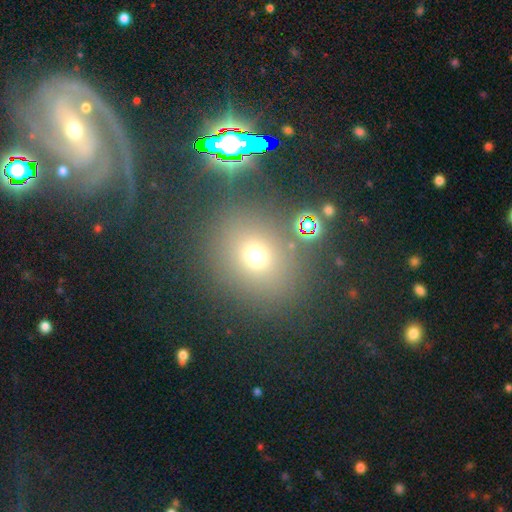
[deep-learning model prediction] This appears to be a smooth galaxy with no disk features (63%) that is round (73%). Merging: none (81%).